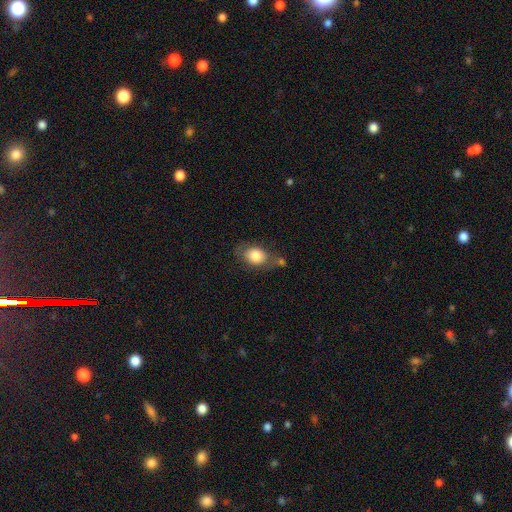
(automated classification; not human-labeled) Smooth or featured? Predicted: smooth (p=0.76). How rounded? Predicted: in between (p=0.67). Merging? Predicted: none (p=0.54).